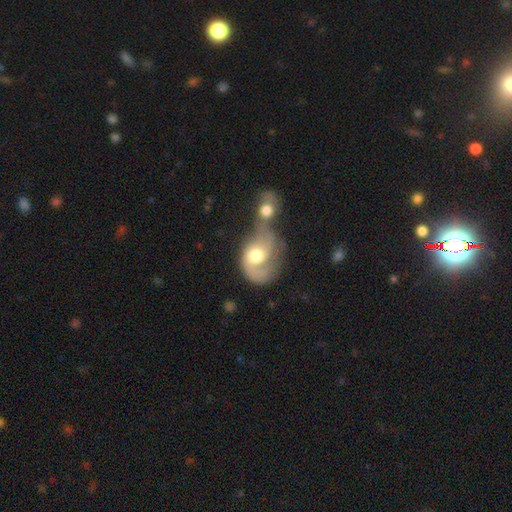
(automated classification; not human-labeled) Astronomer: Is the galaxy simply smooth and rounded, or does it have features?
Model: featured or disk — 64%.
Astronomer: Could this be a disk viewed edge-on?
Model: no — 97%.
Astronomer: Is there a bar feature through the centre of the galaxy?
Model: no — 72%.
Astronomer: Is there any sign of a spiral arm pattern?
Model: yes — 82%.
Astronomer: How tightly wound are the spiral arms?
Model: medium — 39% (runner-up: loose, 35%).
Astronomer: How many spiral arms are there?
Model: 2 — 42%, tied with 1 at 42%.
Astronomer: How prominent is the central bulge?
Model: moderate — 69%.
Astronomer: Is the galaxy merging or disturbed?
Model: merger — 68%.